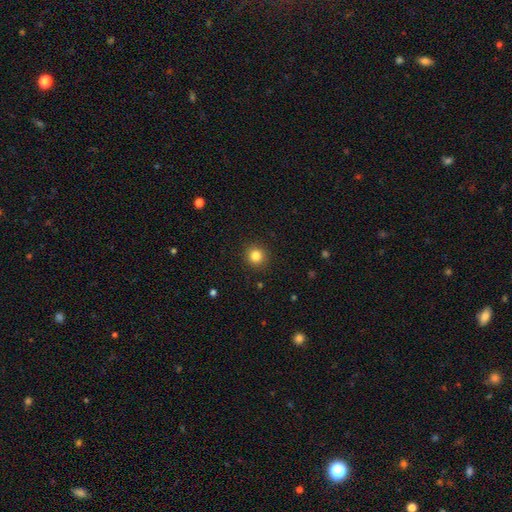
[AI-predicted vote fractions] A smooth galaxy with no disk features (83%) that is round (92%). Merging: none (91%).